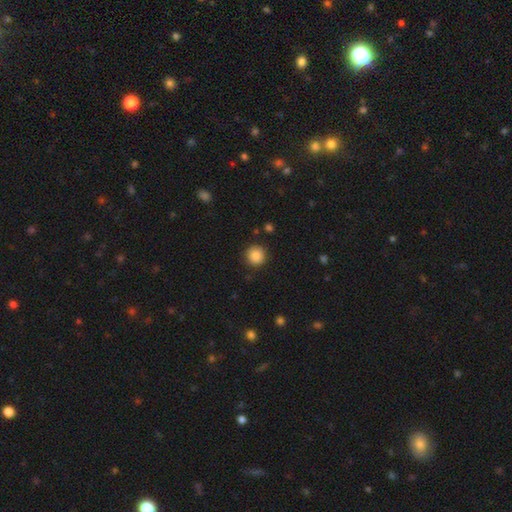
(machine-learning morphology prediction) type=smooth (87%); roundness=round (93%); merging=none (89%).